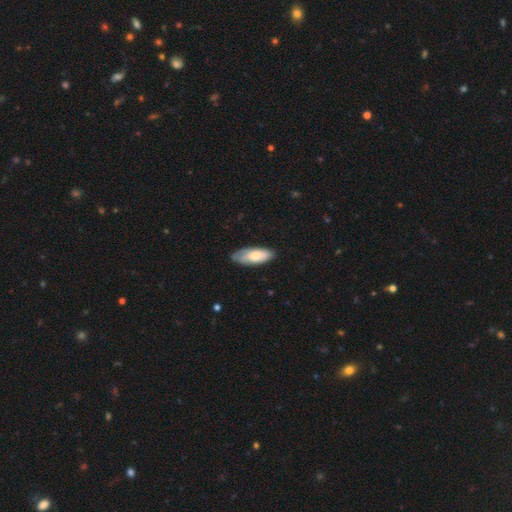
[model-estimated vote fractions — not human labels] Morphology: type=smooth (69%); roundness=in between (79%); merging=none (69%).